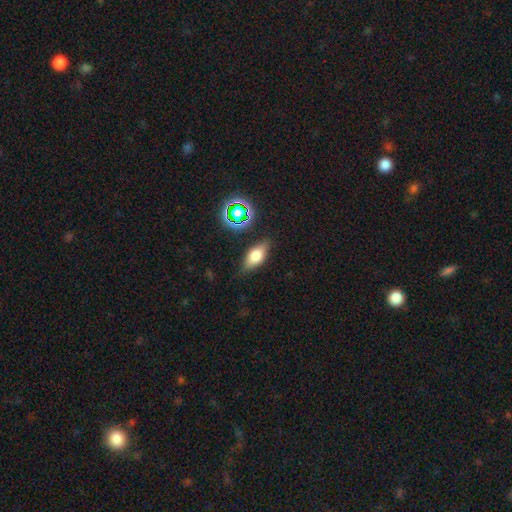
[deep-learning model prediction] This appears to be a smooth galaxy with no disk features (63%) that is in between round and cigar-shaped (79%). Merging: none (80%).